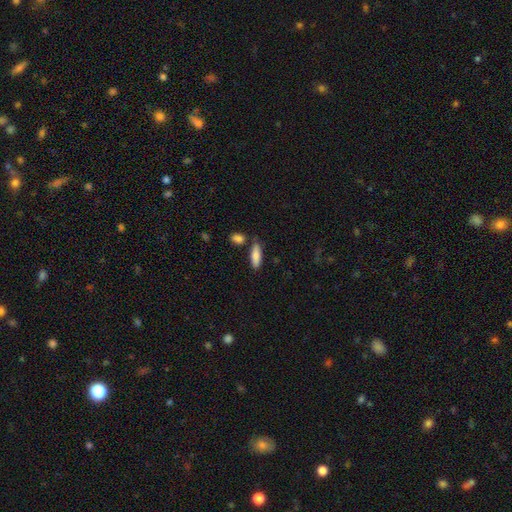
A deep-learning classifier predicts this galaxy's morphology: smooth-or-featured: smooth: 84% | featured or disk: 10% | star or artifact: 6%
  how-rounded: in between: 52% | cigar-shaped: 46% | round: 2%
  merging: none: 74% | minor disturbance: 14% | merger: 10% | major disturbance: 3%